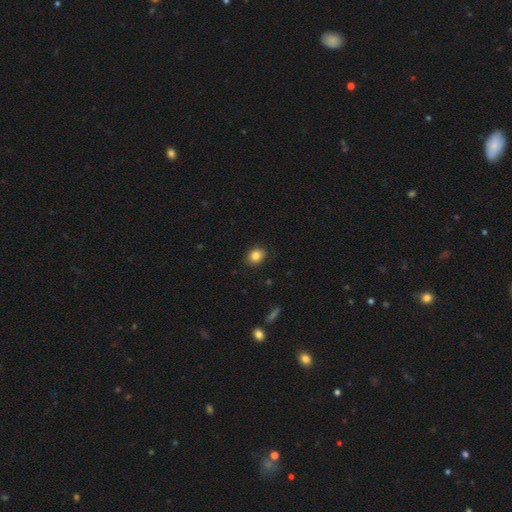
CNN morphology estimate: smooth_or_featured: smooth (p=0.84) [alt: star or artifact p=0.10]
how_rounded: round (p=0.58) [alt: in between p=0.41]
merging: none (p=0.89) [alt: minor disturbance p=0.08]